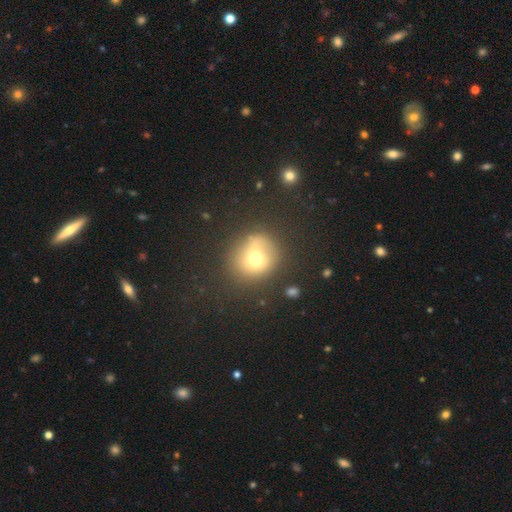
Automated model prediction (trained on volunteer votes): A smooth galaxy with no disk features (67%) that is round (79%). Merging: none (60%).